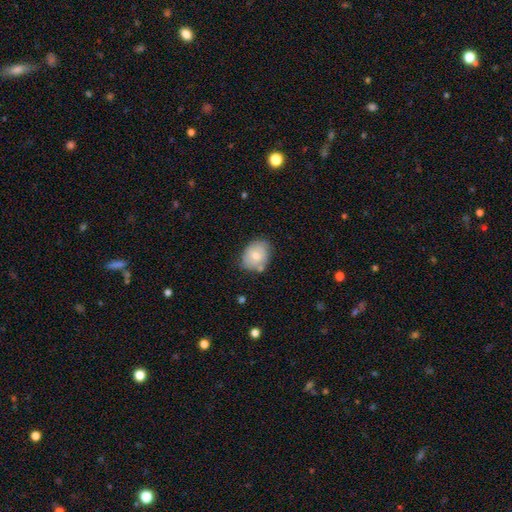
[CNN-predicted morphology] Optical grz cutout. It shows a smooth galaxy with no disk features (70%) that is in between round and cigar-shaped (56%). Merging: none (65%).